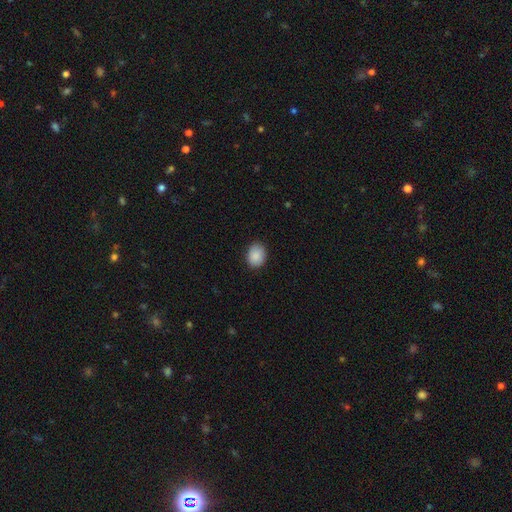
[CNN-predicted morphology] Smooth or featured? smooth (89%)
How rounded? in between (58%)
Merging? none (85%)